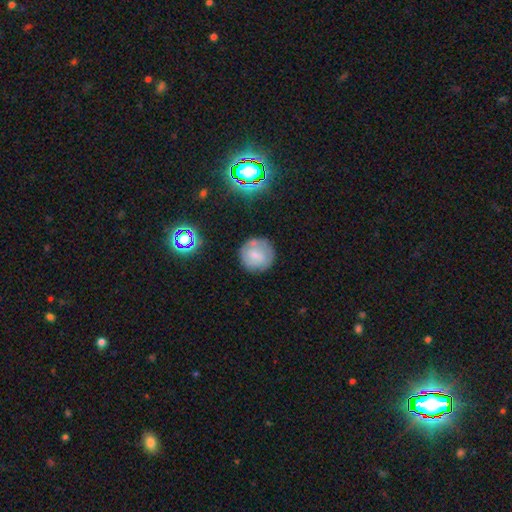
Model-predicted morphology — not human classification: A smooth galaxy with no disk features (63%) that is round (91%).

Vote fractions:
- Smooth or featured? smooth: 63% / featured or disk: 27% / star or artifact: 10%
- How rounded? round: 91% / in between: 8% / cigar-shaped: 1%
- Merging? none: 75% / minor disturbance: 17% / major disturbance: 5% / merger: 4%